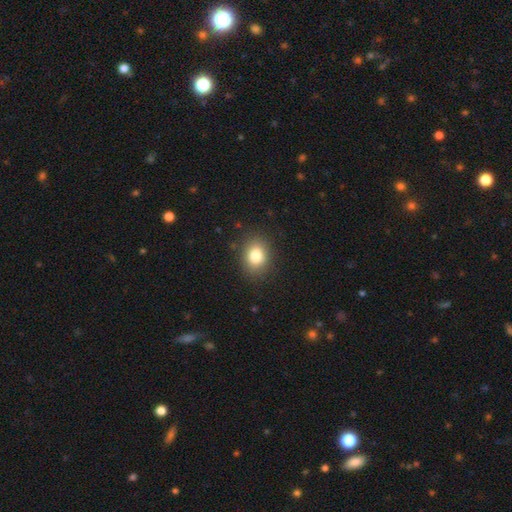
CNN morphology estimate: Overall: smooth (82%). How rounded: in between (51%; round 48%). Merging: none (86%).